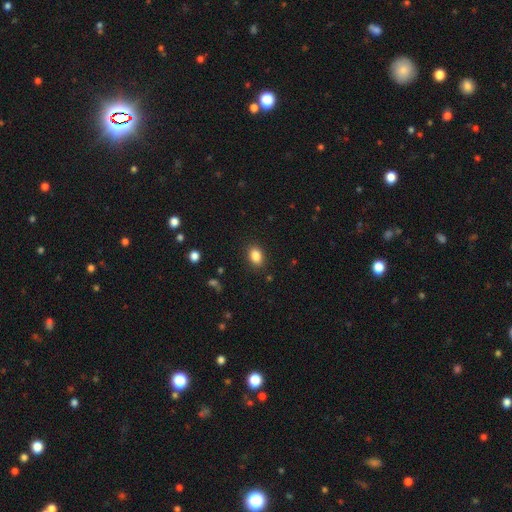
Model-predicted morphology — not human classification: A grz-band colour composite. It shows a smooth galaxy with no disk features (86%) that is in between round and cigar-shaped (80%). Merging: none (88%).